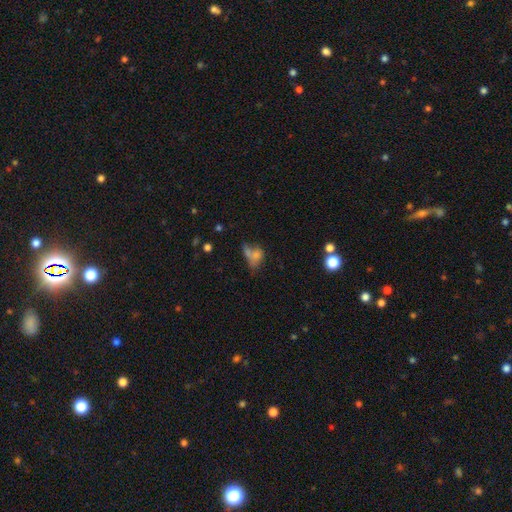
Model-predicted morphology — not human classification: Smooth or featured?
  - smooth: 64% *
  - featured or disk: 20%
  - star or artifact: 16%
How rounded?
  - in between: 70% *
  - round: 25%
  - cigar-shaped: 5%
Merging?
  - merger: 40% *
  - none: 27%
  - major disturbance: 19%
  - minor disturbance: 15%